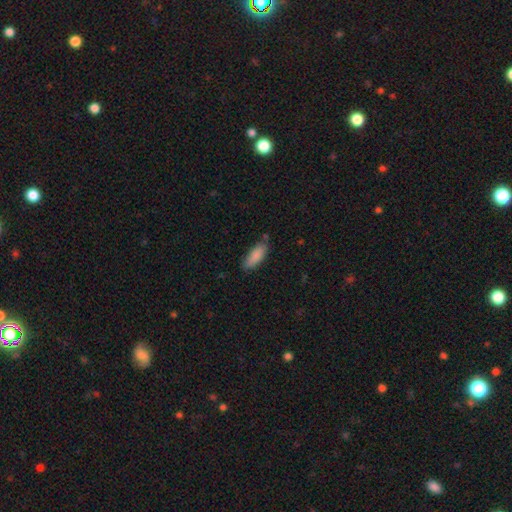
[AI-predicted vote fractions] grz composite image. It shows a smooth galaxy with no disk features (87%) that is in between round and cigar-shaped (73%). Merging: none (73%).